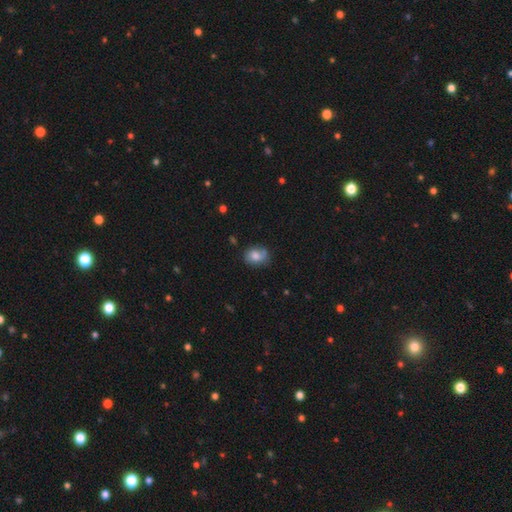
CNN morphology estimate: The model was most divided on "how rounded": in between: 51%, round: 48%, cigar-shaped: 1%. More confident: smooth or featured — smooth (66%); merging — none (59%).